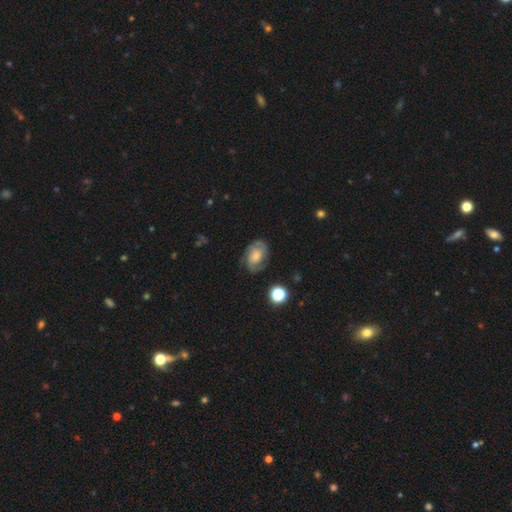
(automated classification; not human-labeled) A featured or disk galaxy (68%) with no bar (70%), 2 (61%) tight (49%) spiral arms (89%) and a moderate central bulge (41%).

Vote fractions:
- Smooth or featured? featured or disk: 68% / smooth: 24% / star or artifact: 8%
- Edge-on disk? no: 97% / yes: 3%
- Bar? no: 70% / weak: 25% / strong: 5%
- Spiral arms? yes: 89% / no: 11%
- Spiral winding? tight: 49% / medium: 38% / loose: 12%
- Spiral arm count? 2: 61% / can't tell: 21% / 3: 8% / 1: 5% / 4: 2% / more than 4: 2%
- Bulge size? moderate: 41% / small: 38% / large: 11% / none: 7% / dominant: 2%
- Merging? none: 71% / minor disturbance: 19% / major disturbance: 8% / merger: 2%